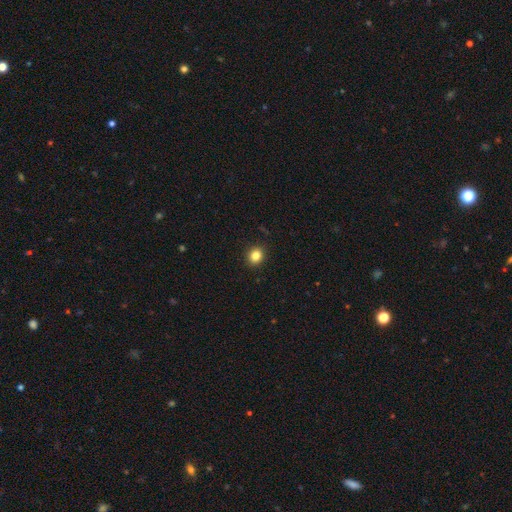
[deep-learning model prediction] smooth 84%, star or artifact 11%, featured or disk 5%. Down the decision tree: how rounded — round (74%); merging — none (91%).